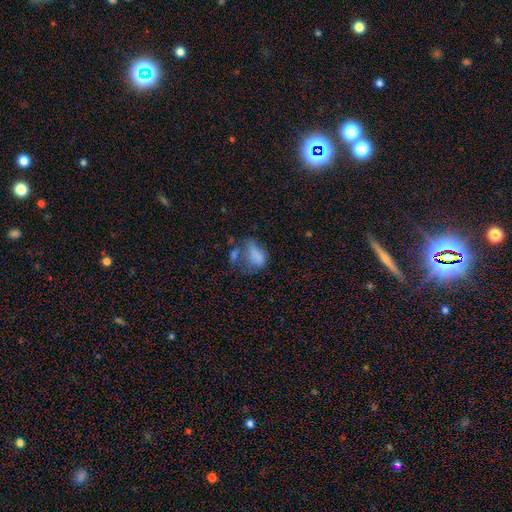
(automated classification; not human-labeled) This is likely a smooth galaxy (68%). How rounded: clearly in between (83%). Merging: marginally major disturbance (36%).